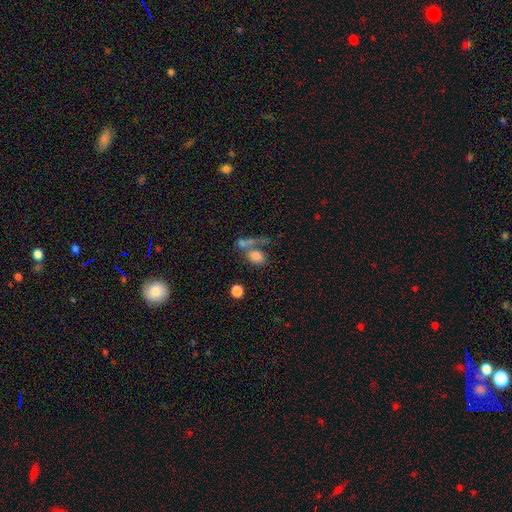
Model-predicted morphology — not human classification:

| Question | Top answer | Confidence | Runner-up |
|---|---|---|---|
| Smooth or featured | smooth | 74% | featured or disk (14%) |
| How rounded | in between | 70% | round (27%) |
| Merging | merger | 42% | none (34%) |